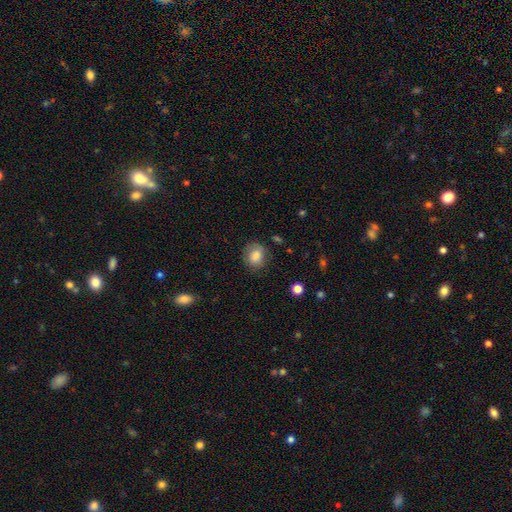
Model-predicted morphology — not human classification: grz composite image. It shows a smooth galaxy with no disk features (78%) that is round (66%). Merging: none (75%).